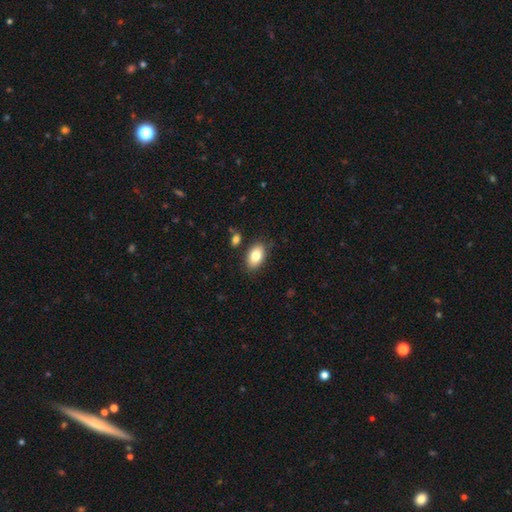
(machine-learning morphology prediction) smooth-or-featured: smooth: 82% | featured or disk: 10% | star or artifact: 7%
  how-rounded: in between: 92% | round: 7% | cigar-shaped: 2%
  merging: none: 84% | minor disturbance: 11% | merger: 3% | major disturbance: 3%